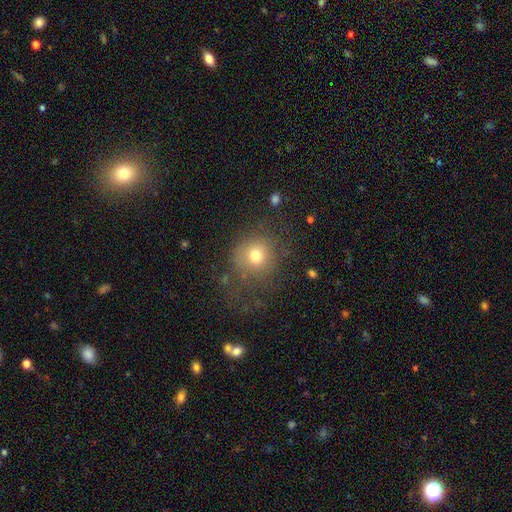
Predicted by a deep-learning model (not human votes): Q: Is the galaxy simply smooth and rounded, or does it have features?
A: smooth — 73%.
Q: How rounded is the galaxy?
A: round — 87%.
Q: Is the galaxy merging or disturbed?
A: none — 67%.